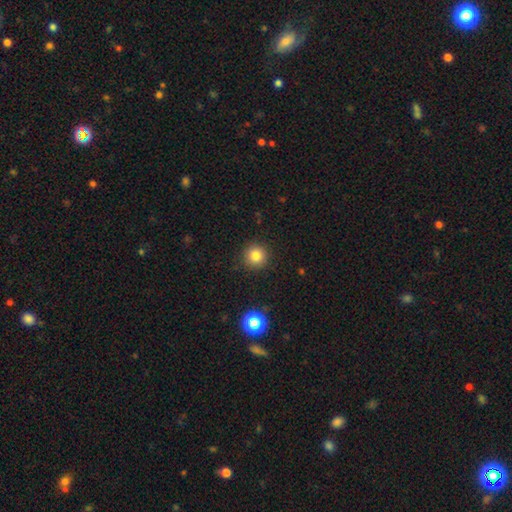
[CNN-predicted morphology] Smooth or featured? Predicted: smooth (p=0.82). How rounded? Predicted: round (p=0.95). Merging? Predicted: none (p=0.91).